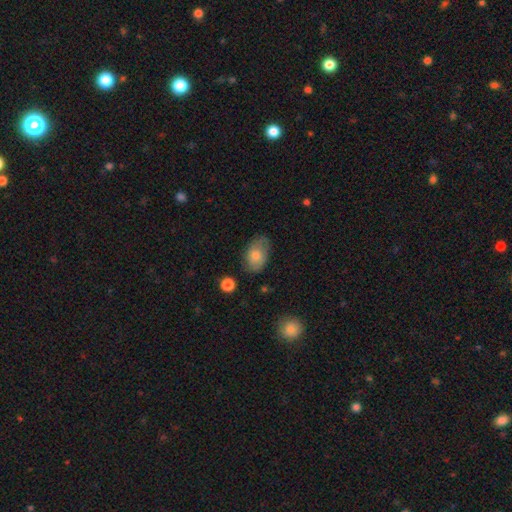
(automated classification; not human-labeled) smooth-or-featured: smooth: 61% | featured or disk: 30% | star or artifact: 9%
  how-rounded: in between: 84% | round: 15% | cigar-shaped: 1%
  merging: none: 70% | minor disturbance: 22% | major disturbance: 6% | merger: 2%